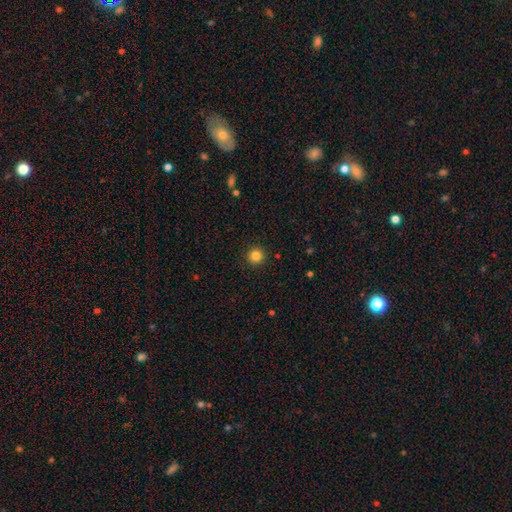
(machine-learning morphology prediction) smooth-or-featured: smooth: 84% | star or artifact: 12% | featured or disk: 4%
  how-rounded: round: 96% | in between: 3% | cigar-shaped: 1%
  merging: none: 93% | minor disturbance: 5% | major disturbance: 2% | merger: 1%